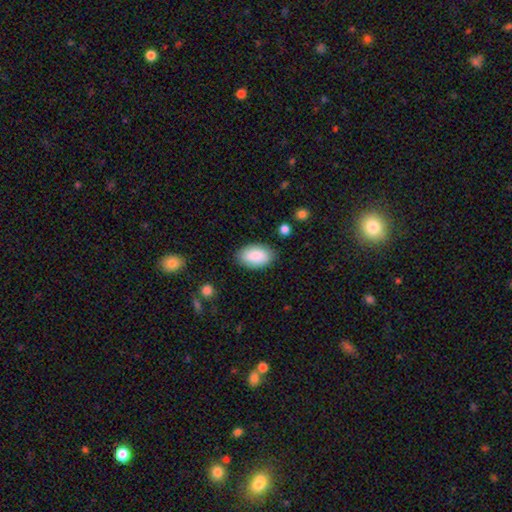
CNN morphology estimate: Smooth or featured? smooth (87%)
How rounded? in between (94%)
Merging? none (84%)